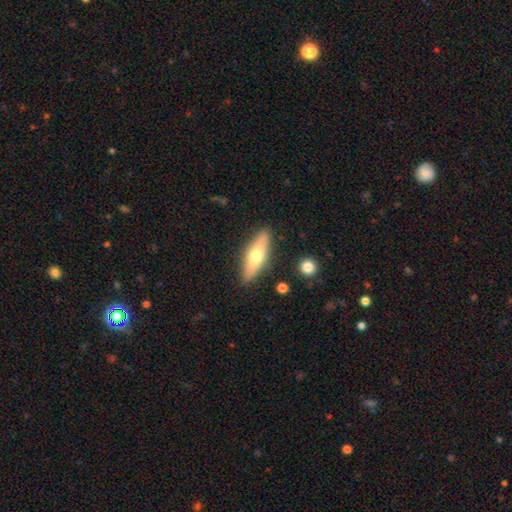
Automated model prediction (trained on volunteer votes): This is possibly a smooth galaxy (55%). How rounded: possibly in between (51%). Merging: clearly none (86%).